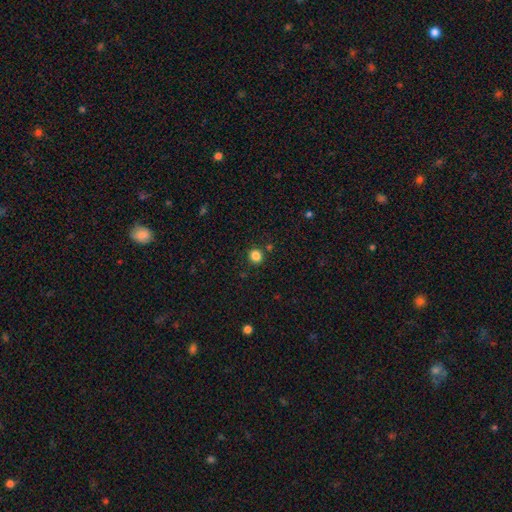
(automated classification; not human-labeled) Smooth or featured? smooth (84%)
How rounded? round (86%)
Merging? none (87%)